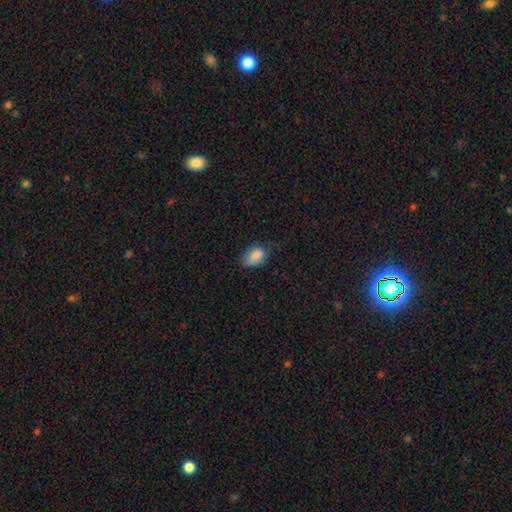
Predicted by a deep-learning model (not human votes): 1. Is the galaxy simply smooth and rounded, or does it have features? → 85% smooth, 8% star or artifact, 7% featured or disk.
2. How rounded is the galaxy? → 85% in between, 13% round, 1% cigar-shaped.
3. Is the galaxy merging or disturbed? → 53% none, 35% minor disturbance, 11% major disturbance, 1% merger.